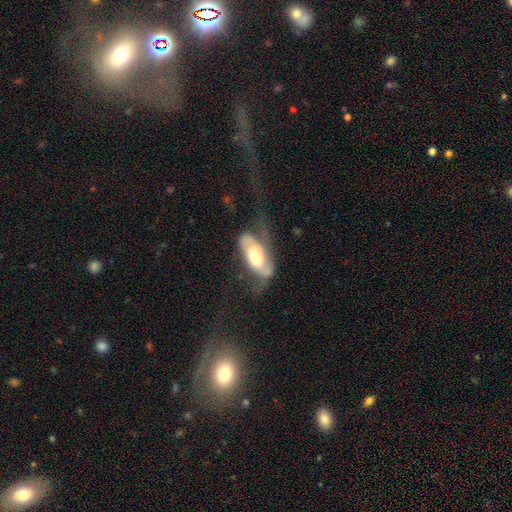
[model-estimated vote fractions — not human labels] Q: Smooth or featured?
A: featured or disk (60%); runner-up: smooth (34%)
Q: Edge-on disk?
A: no (86%); runner-up: yes (14%)
Q: Bar?
A: no (58%); runner-up: weak (28%)
Q: Spiral arms?
A: yes (73%); runner-up: no (27%)
Q: Bulge size?
A: moderate (59%); runner-up: large (20%)
Q: Merging?
A: major disturbance (37%); runner-up: none (36%)